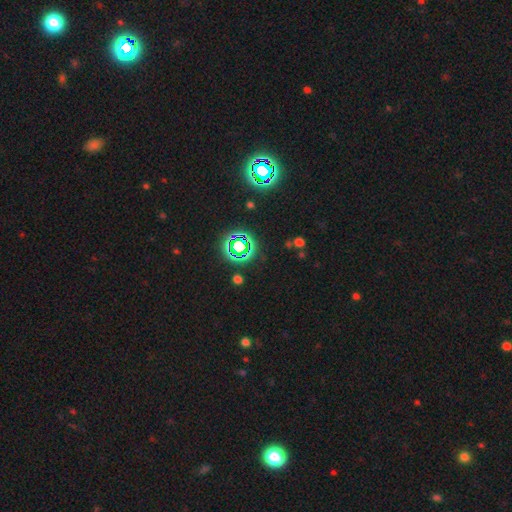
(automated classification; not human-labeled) Smooth or featured?
  - star or artifact: 74% *
  - smooth: 18%
  - featured or disk: 7%